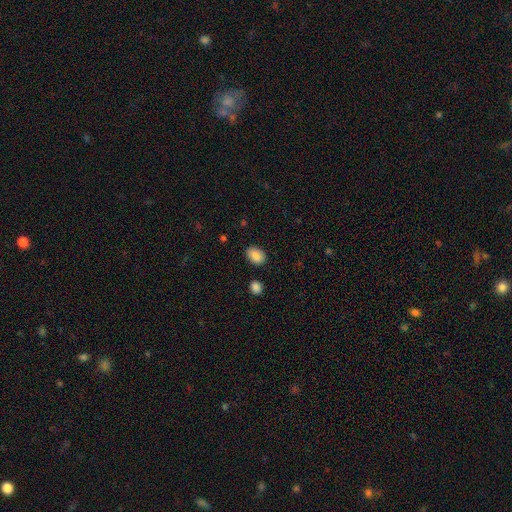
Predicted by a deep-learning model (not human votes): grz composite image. It shows a smooth galaxy with no disk features (87%) that is in between round and cigar-shaped (82%). Merging: none (87%).